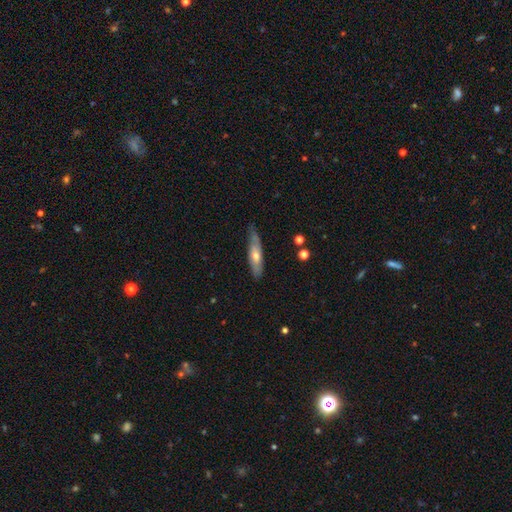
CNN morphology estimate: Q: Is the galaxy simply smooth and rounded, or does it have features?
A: featured or disk — 49%.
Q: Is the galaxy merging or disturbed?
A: none — 68%.